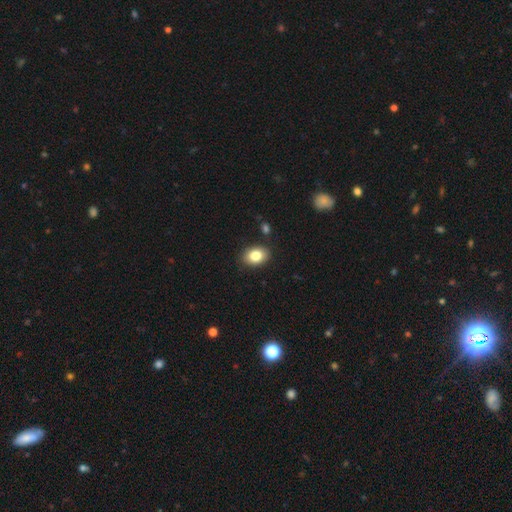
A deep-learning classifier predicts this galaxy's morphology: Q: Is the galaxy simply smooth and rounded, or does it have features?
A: smooth — 83%.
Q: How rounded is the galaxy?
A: in between — 75%.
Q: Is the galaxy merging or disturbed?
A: none — 86%.